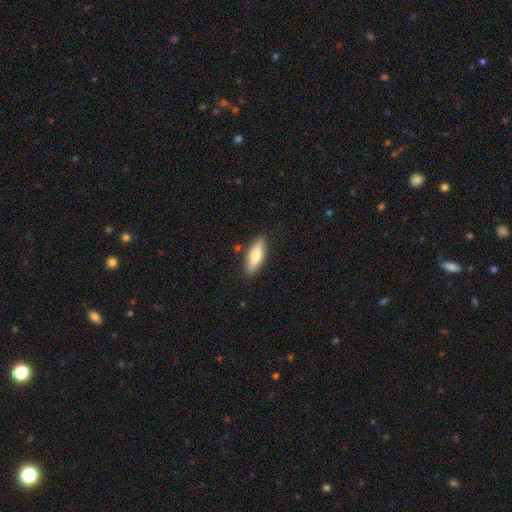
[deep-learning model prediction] Morphology: type=smooth (69%); roundness=in between (55%); merging=none (84%).